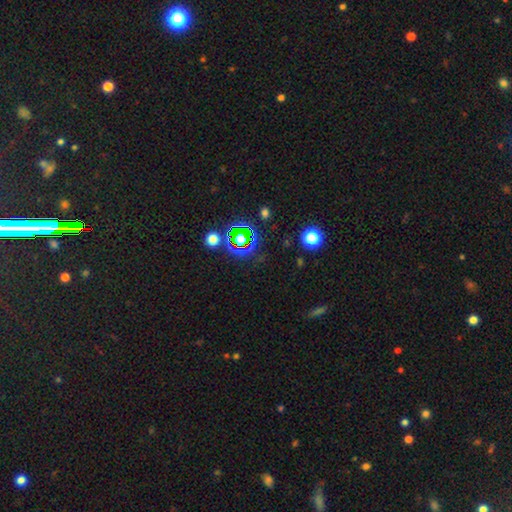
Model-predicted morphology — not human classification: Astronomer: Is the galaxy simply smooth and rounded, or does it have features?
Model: star or artifact — 73%.